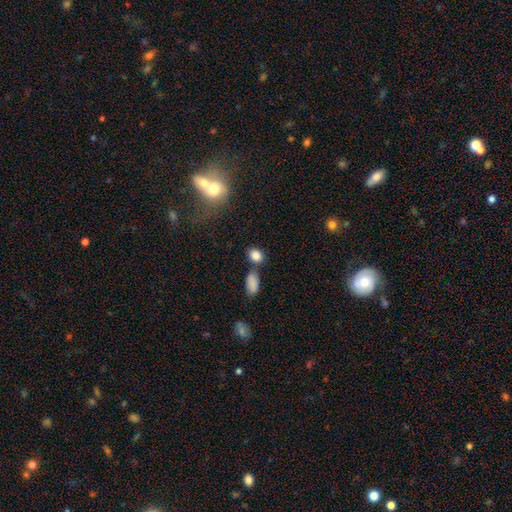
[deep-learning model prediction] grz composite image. It shows a smooth galaxy with no disk features (85%) that is in between round and cigar-shaped (58%). Merging: none (63%).